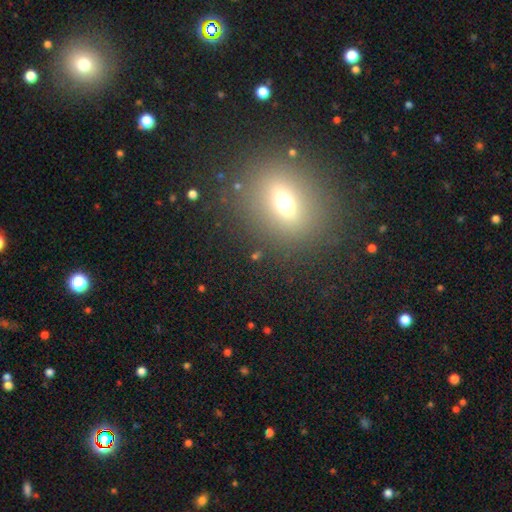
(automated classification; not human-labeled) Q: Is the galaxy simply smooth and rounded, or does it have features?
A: smooth — 51%.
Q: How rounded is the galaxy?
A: in between — 48%.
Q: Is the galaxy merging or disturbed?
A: none — 82%.